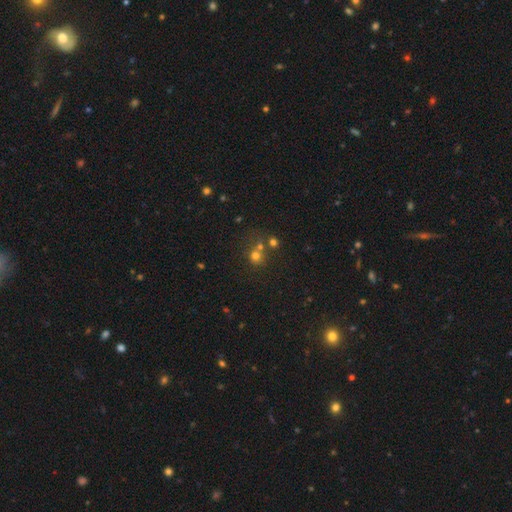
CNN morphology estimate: Smooth or featured: smooth — 65% (star or artifact — 23%)
How rounded: round — 86% (in between — 13%)
Merging: none — 52% (merger — 36%)